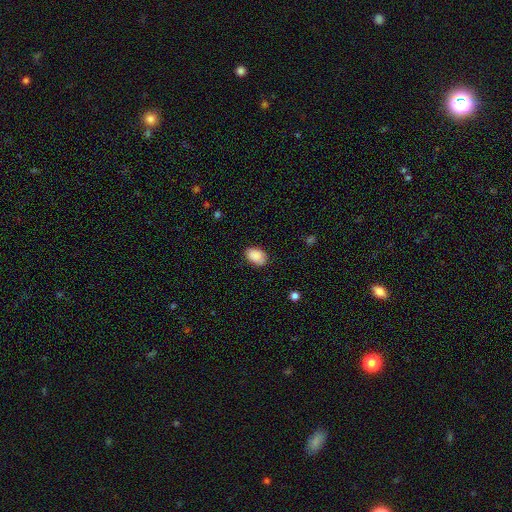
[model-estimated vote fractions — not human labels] Smooth or featured? smooth (89%)
How rounded? in between (87%)
Merging? none (81%)